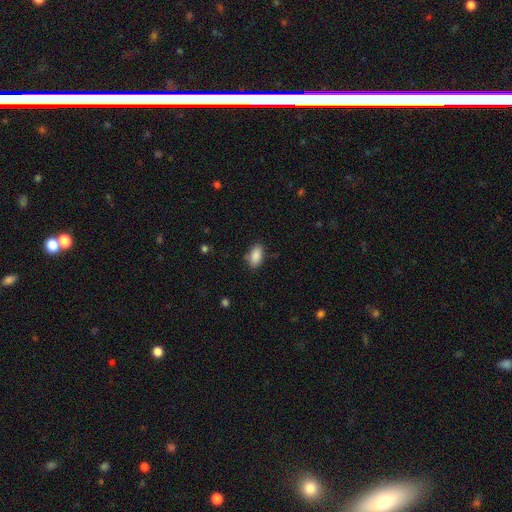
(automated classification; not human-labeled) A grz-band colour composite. It shows a smooth galaxy with no disk features (88%) that is in between round and cigar-shaped (93%). Merging: none (82%).